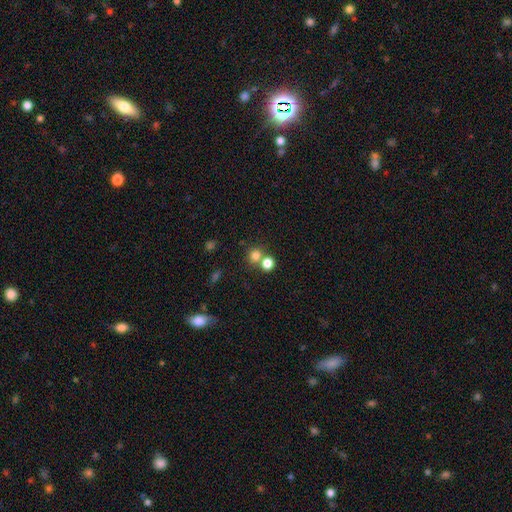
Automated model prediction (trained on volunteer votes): Q: Smooth or featured?
A: smooth (77%); runner-up: star or artifact (15%)
Q: How rounded?
A: round (86%); runner-up: in between (13%)
Q: Merging?
A: none (56%); runner-up: merger (34%)